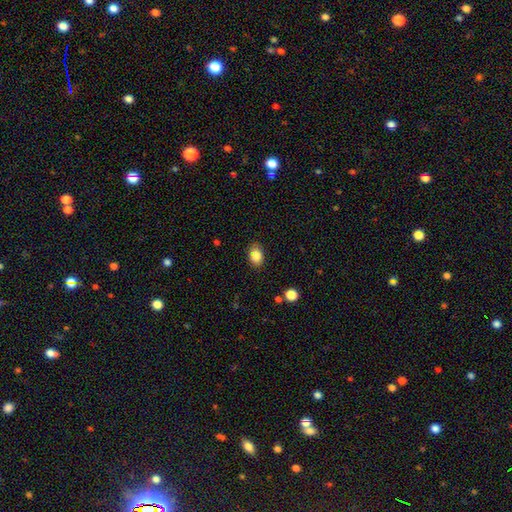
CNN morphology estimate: type=smooth (84%); roundness=in between (74%); merging=none (80%).